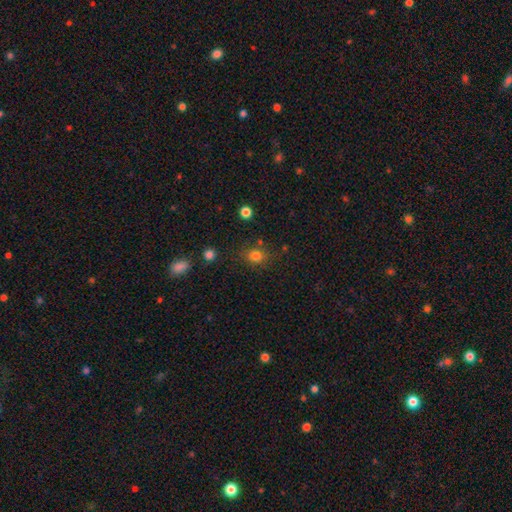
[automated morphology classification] smooth-or-featured: smooth: 79% | star or artifact: 14% | featured or disk: 7%
  how-rounded: round: 65% | in between: 34% | cigar-shaped: 1%
  merging: none: 76% | minor disturbance: 14% | merger: 5% | major disturbance: 5%